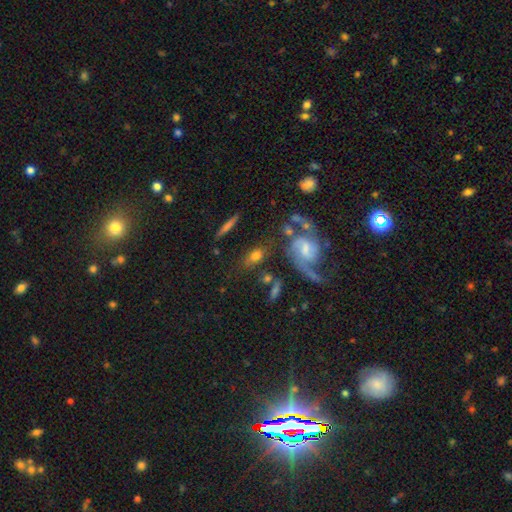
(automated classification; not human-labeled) Morphology: type=smooth (56%); roundness=in between (68%); merging=none (57%).